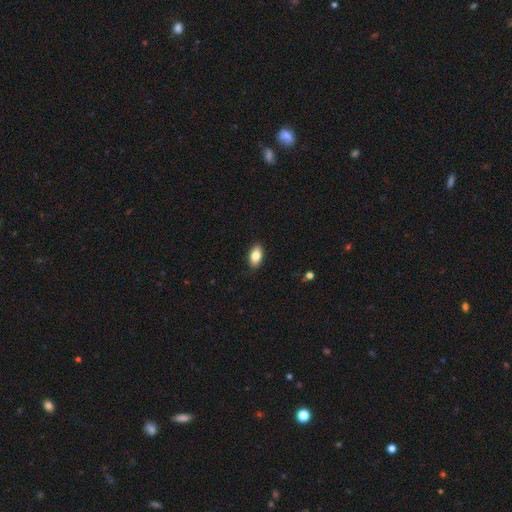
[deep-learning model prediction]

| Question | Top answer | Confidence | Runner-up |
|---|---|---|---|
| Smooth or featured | smooth | 82% | featured or disk (11%) |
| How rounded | in between | 92% | round (5%) |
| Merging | none | 90% | minor disturbance (8%) |